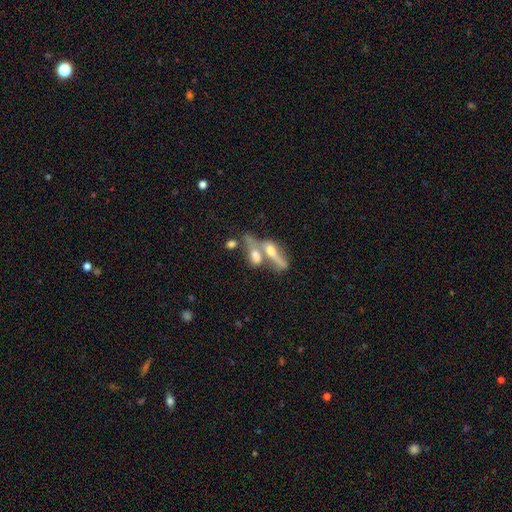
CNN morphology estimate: Smooth or featured? Predicted: smooth (p=0.48). Merging? Predicted: merger (p=0.62).